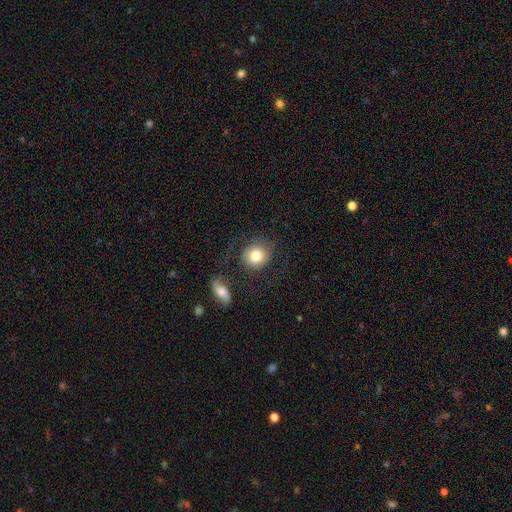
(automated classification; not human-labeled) smooth-or-featured: smooth: 80% | featured or disk: 13% | star or artifact: 7%
  how-rounded: round: 80% | in between: 18% | cigar-shaped: 1%
  merging: none: 69% | minor disturbance: 16% | major disturbance: 8% | merger: 7%